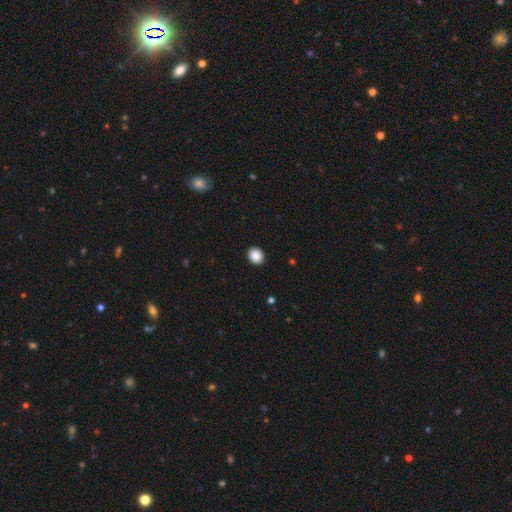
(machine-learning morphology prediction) Q: Smooth or featured?
A: smooth (88%); runner-up: star or artifact (9%)
Q: How rounded?
A: round (63%); runner-up: in between (36%)
Q: Merging?
A: none (92%); runner-up: minor disturbance (5%)